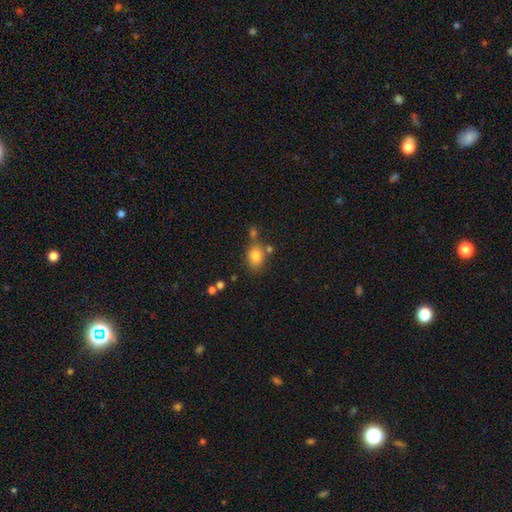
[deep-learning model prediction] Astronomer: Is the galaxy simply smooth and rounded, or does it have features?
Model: smooth — 82%.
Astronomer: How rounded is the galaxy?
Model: in between — 60% (runner-up: round, 39%).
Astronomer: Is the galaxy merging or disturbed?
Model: none — 63%.